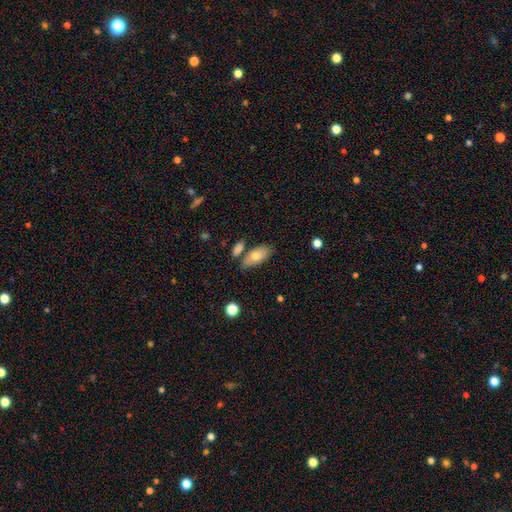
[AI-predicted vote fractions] Smooth or featured: smooth — 73% (featured or disk — 20%)
How rounded: in between — 89% (cigar-shaped — 8%)
Merging: none — 67% (minor disturbance — 16%)